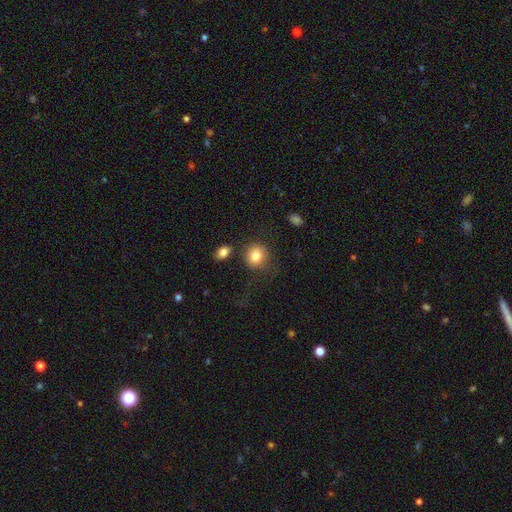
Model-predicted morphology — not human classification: Q: Smooth or featured?
A: smooth (83%); runner-up: star or artifact (9%)
Q: How rounded?
A: round (81%); runner-up: in between (18%)
Q: Merging?
A: none (71%); runner-up: minor disturbance (14%)